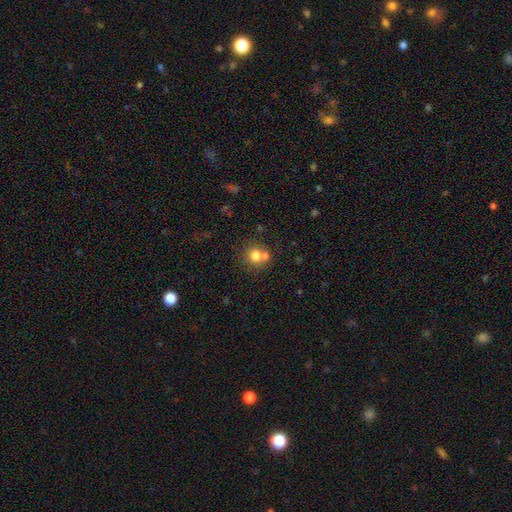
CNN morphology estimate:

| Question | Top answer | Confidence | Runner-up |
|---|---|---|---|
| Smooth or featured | smooth | 76% | star or artifact (12%) |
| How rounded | round | 85% | in between (14%) |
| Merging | none | 54% | merger (35%) |